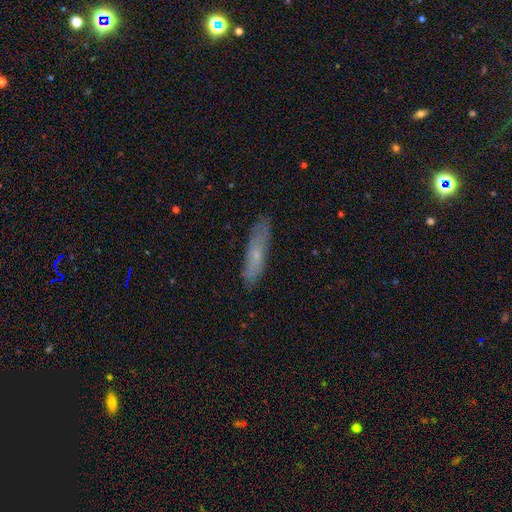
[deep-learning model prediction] A smooth galaxy with no disk features (56%) that is cigar-shaped (77%).

Vote fractions:
- Smooth or featured? smooth: 56% / featured or disk: 36% / star or artifact: 8%
- How rounded? cigar-shaped: 77% / in between: 21% / round: 2%
- Merging? none: 84% / minor disturbance: 12% / major disturbance: 2% / merger: 1%